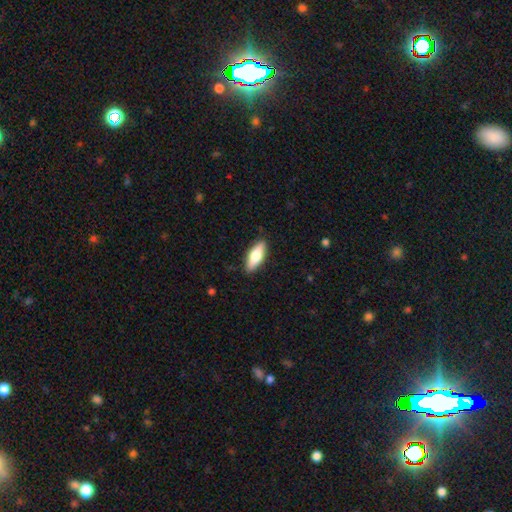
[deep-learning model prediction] A smooth galaxy with no disk features (70%) that is in between round and cigar-shaped (69%). Merging: none (88%).